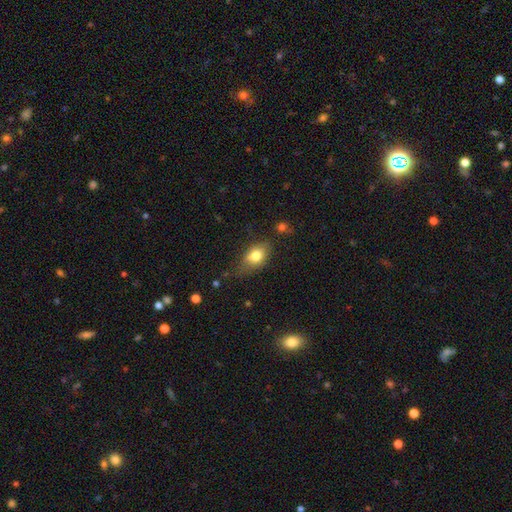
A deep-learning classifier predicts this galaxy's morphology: The model was most divided on "merging": none: 65%, minor disturbance: 26%, major disturbance: 7%, merger: 3%. More confident: how rounded — in between (81%); smooth or featured — smooth (79%).